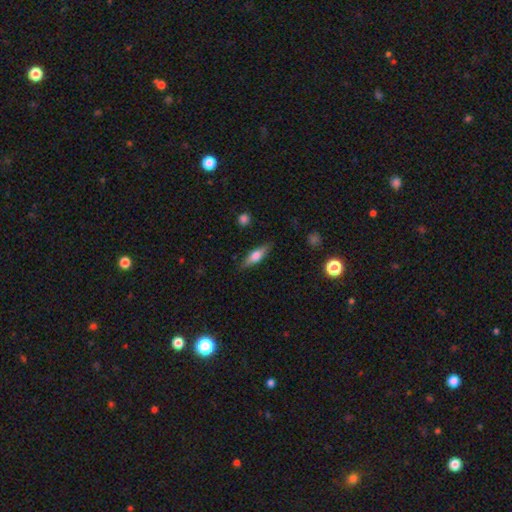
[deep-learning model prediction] This is possibly a smooth galaxy (57%). How rounded: possibly cigar-shaped (55%). Merging: clearly none (84%).